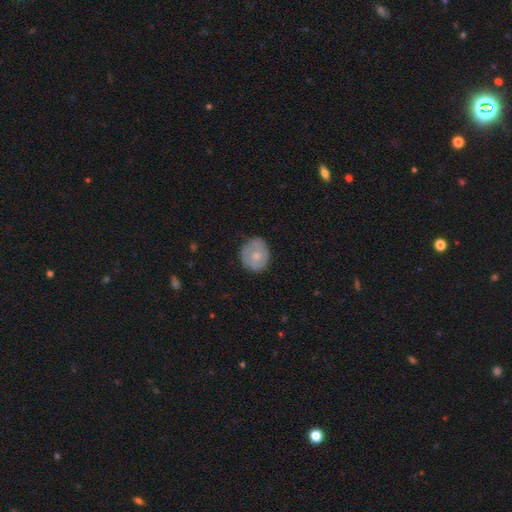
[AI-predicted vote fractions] Smooth or featured? smooth (61%)
How rounded? round (79%)
Merging? none (75%)